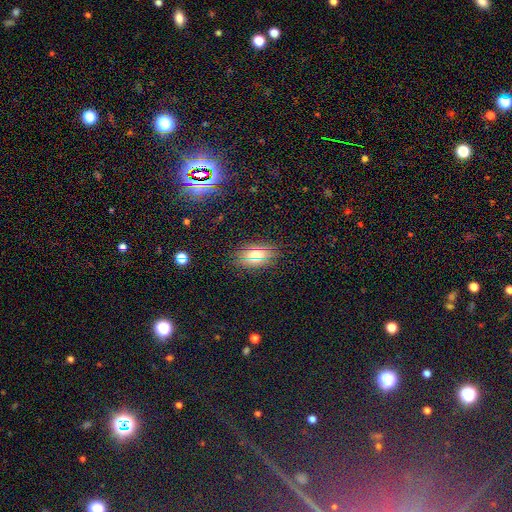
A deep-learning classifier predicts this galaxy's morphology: smooth_or_featured: smooth (p=0.59) [alt: star or artifact p=0.24]
how_rounded: in between (p=0.82) [alt: round p=0.13]
merging: none (p=0.85) [alt: minor disturbance p=0.09]